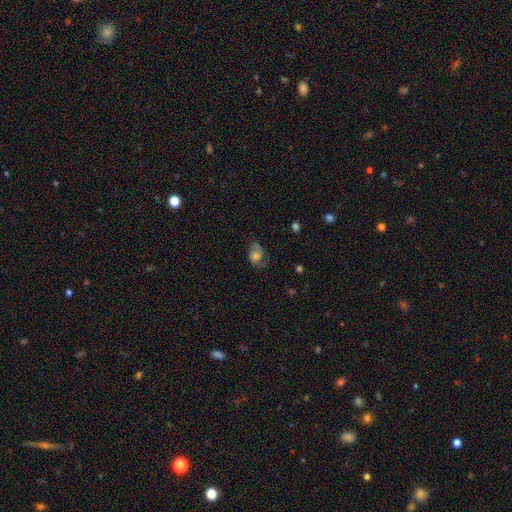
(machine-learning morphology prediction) Smooth or featured?
  - smooth: 54% *
  - featured or disk: 36%
  - star or artifact: 10%
How rounded?
  - in between: 72% *
  - round: 27%
  - cigar-shaped: 1%
Merging?
  - none: 51% *
  - minor disturbance: 29%
  - major disturbance: 18%
  - merger: 2%